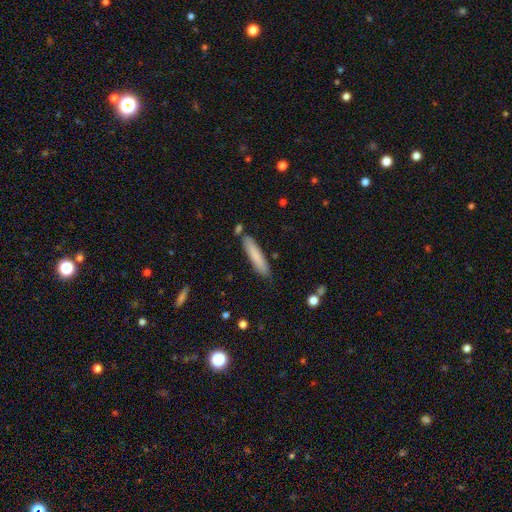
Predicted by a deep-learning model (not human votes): Smooth or featured?
  - smooth: 79% *
  - featured or disk: 15%
  - star or artifact: 6%
How rounded?
  - cigar-shaped: 88% *
  - in between: 11%
  - round: 1%
Merging?
  - none: 83% *
  - minor disturbance: 11%
  - merger: 4%
  - major disturbance: 2%